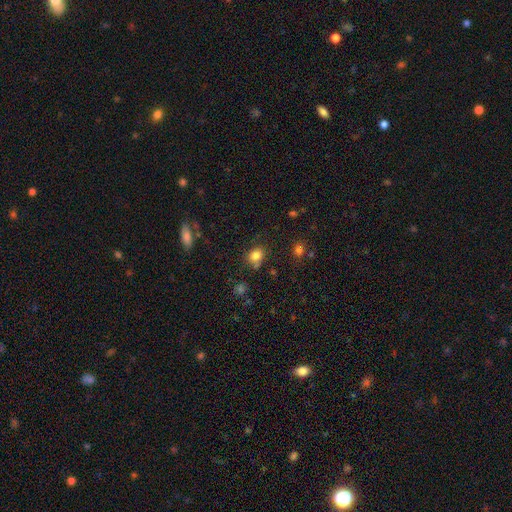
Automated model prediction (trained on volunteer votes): This is clearly a smooth galaxy (82%). How rounded: possibly round (56%). Merging: likely none (69%).